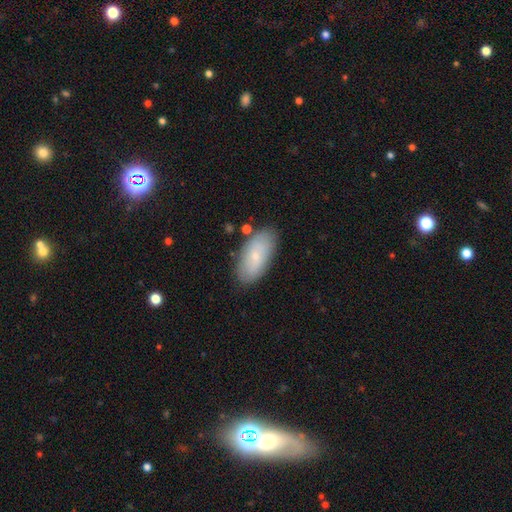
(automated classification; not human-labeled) A smooth galaxy with no disk features (66%) that is in between round and cigar-shaped (92%). Merging: none (81%).